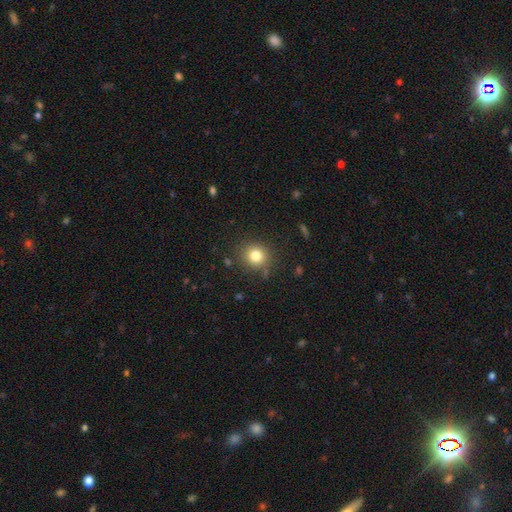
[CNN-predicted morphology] Smooth or featured: smooth — 80% (star or artifact — 13%)
How rounded: round — 87% (in between — 12%)
Merging: none — 85% (minor disturbance — 10%)